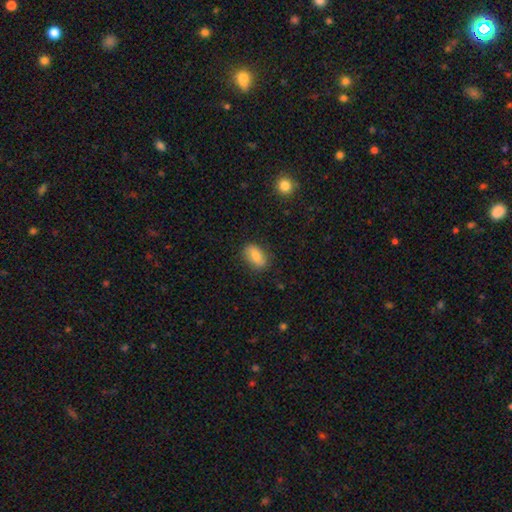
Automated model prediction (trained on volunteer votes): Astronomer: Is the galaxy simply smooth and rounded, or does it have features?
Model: smooth — 80%.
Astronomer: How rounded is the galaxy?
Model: in between — 88%.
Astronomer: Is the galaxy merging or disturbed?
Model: none — 84%.